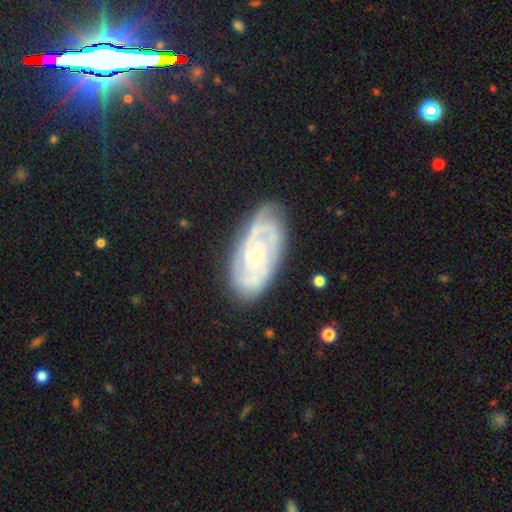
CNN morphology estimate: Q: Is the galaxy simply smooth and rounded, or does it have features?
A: featured or disk — 79%.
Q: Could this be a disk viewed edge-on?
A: no — 94%.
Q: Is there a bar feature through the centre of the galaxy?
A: no — 72%.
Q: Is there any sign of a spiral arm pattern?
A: yes — 90%.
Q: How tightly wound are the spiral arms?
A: tight — 60%.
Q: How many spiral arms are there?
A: can't tell — 35%.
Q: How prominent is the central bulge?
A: small — 57%.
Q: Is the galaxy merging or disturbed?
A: none — 75%.